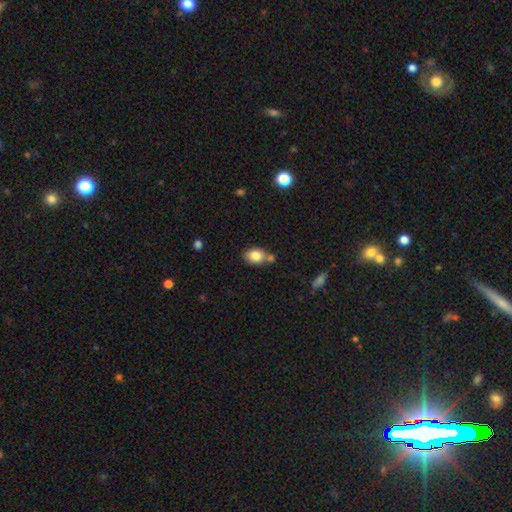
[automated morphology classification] Smooth or featured? Predicted: smooth (p=0.82). How rounded? Predicted: in between (p=0.69). Merging? Predicted: none (p=0.59).